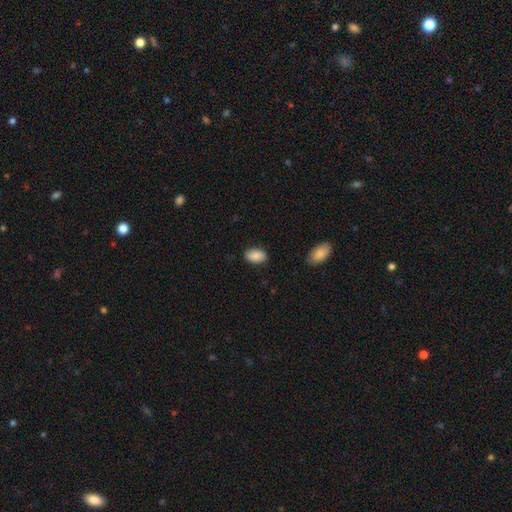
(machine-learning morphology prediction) This is clearly a smooth galaxy (87%). How rounded: clearly in between (91%). Merging: clearly none (85%).